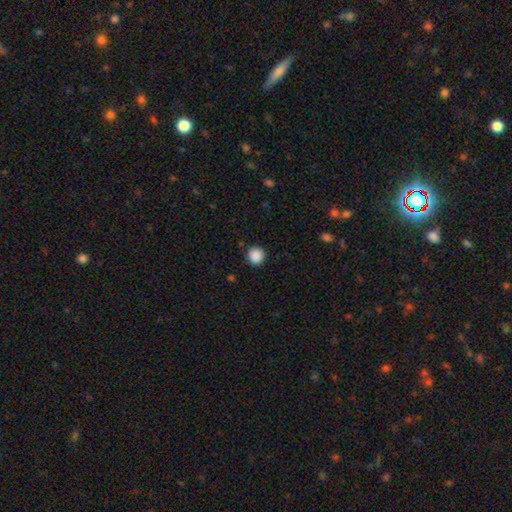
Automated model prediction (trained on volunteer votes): A smooth galaxy with no disk features (88%) that is round (95%).

Vote fractions:
- Smooth or featured? smooth: 88% / star or artifact: 9% / featured or disk: 2%
- How rounded? round: 95% / in between: 4% / cigar-shaped: 1%
- Merging? none: 91% / minor disturbance: 6% / major disturbance: 2% / merger: 1%